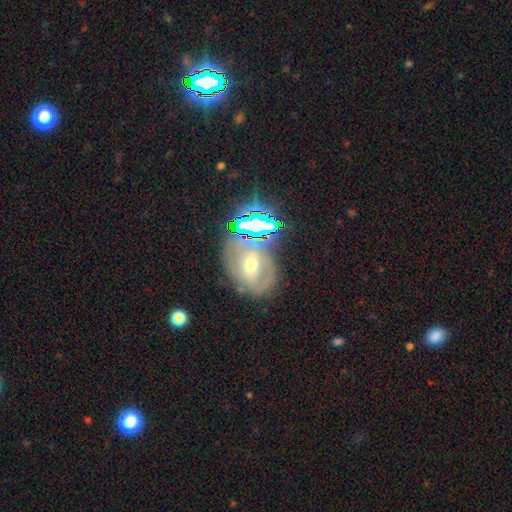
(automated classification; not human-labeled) featured or disk 50%, smooth 27%, star or artifact 23%. Down the decision tree: edge-on disk — no (92%); merging — none (57%).